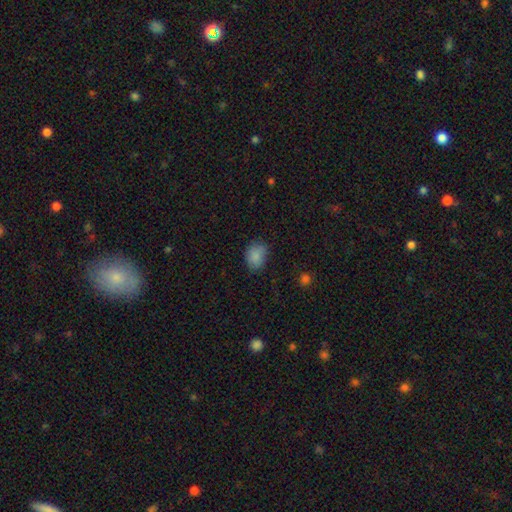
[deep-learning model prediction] A smooth galaxy with no disk features (85%) that is in between round and cigar-shaped (58%). Merging: none (72%).